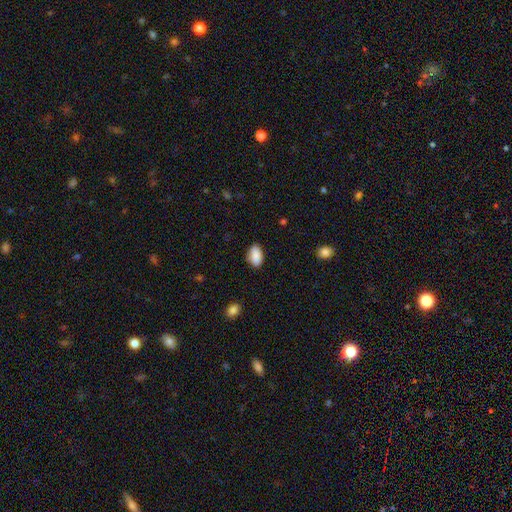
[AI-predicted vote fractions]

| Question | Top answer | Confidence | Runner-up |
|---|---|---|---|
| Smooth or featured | smooth | 89% | star or artifact (7%) |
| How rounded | in between | 93% | round (5%) |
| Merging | none | 83% | minor disturbance (13%) |